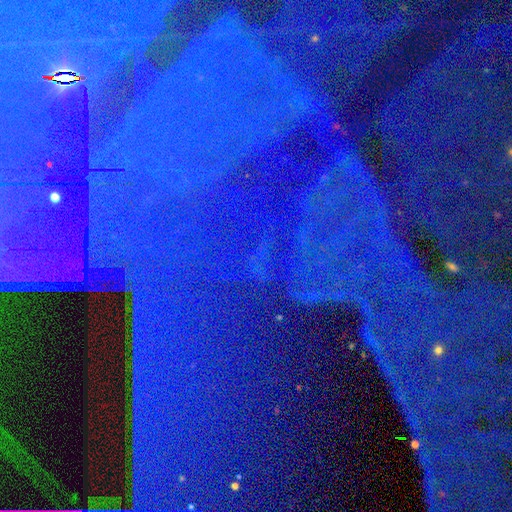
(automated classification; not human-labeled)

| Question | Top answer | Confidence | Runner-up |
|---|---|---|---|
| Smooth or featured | star or artifact | 85% | featured or disk (8%) |